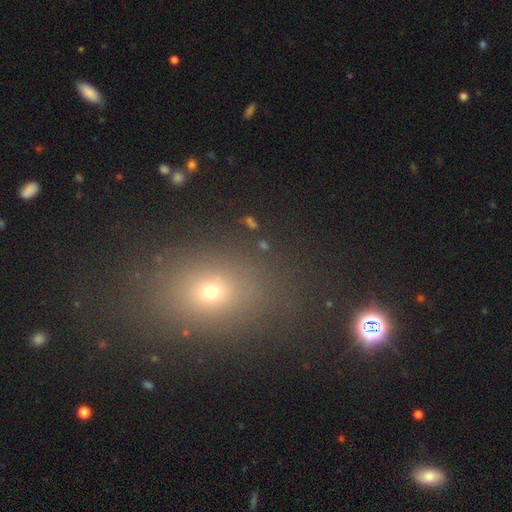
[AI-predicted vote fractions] Q: Smooth or featured?
A: smooth (59%); runner-up: star or artifact (28%)
Q: How rounded?
A: in between (62%); runner-up: round (35%)
Q: Merging?
A: none (85%); runner-up: minor disturbance (9%)